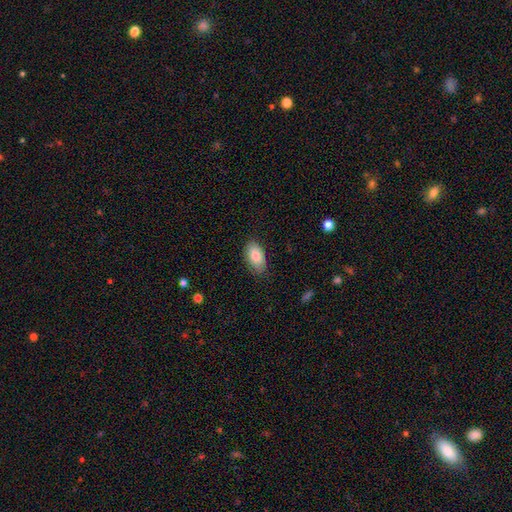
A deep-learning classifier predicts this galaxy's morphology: This appears to be a smooth galaxy with no disk features (84%) that is in between round and cigar-shaped (94%). Merging: none (80%).